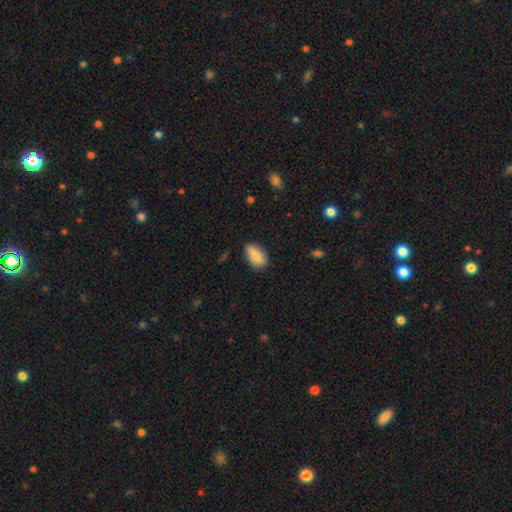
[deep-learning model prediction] Smooth or featured? smooth (79%)
How rounded? in between (90%)
Merging? none (79%)